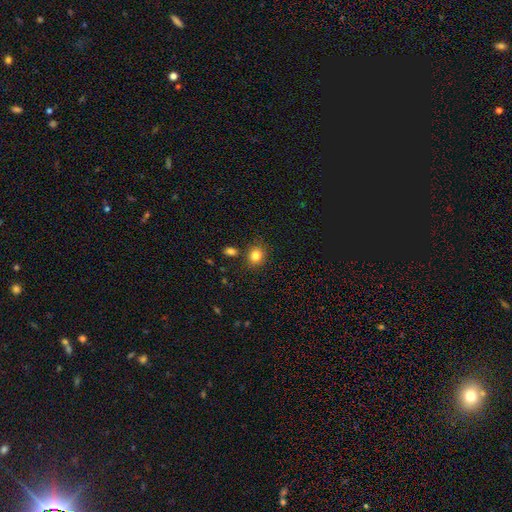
Q: Smooth or featured?
A: smooth (85%); runner-up: featured or disk (8%)
Q: How rounded?
A: round (79%); runner-up: in between (21%)
Q: Merging?
A: none (76%); runner-up: minor disturbance (11%)